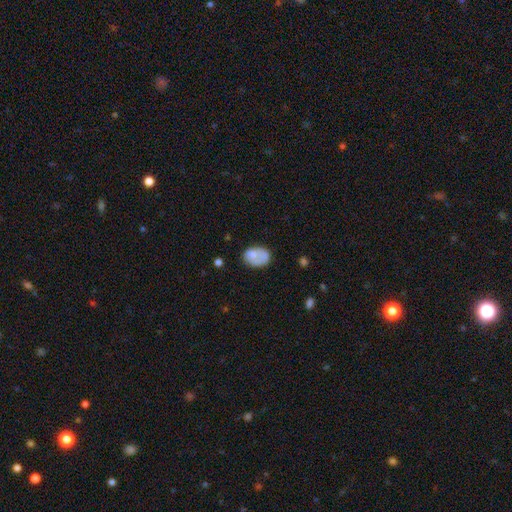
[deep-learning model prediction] A smooth galaxy with no disk features (64%) that is in between round and cigar-shaped (75%).

Vote fractions:
- Smooth or featured? smooth: 64% / featured or disk: 28% / star or artifact: 8%
- How rounded? in between: 75% / round: 24% / cigar-shaped: 1%
- Merging? none: 48% / minor disturbance: 28% / major disturbance: 16% / merger: 8%